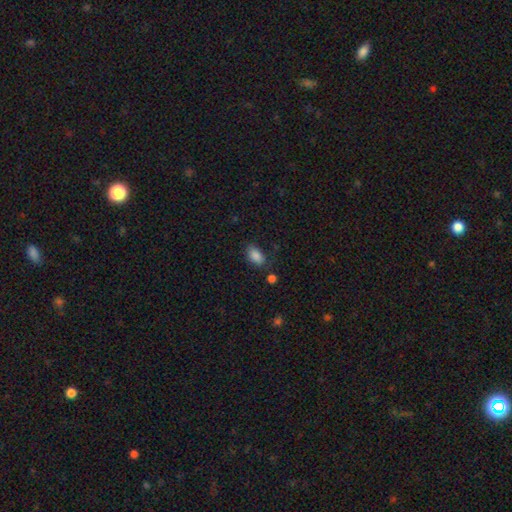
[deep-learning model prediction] Q: Smooth or featured?
A: smooth (86%); runner-up: star or artifact (9%)
Q: How rounded?
A: in between (91%); runner-up: round (7%)
Q: Merging?
A: none (70%); runner-up: minor disturbance (20%)